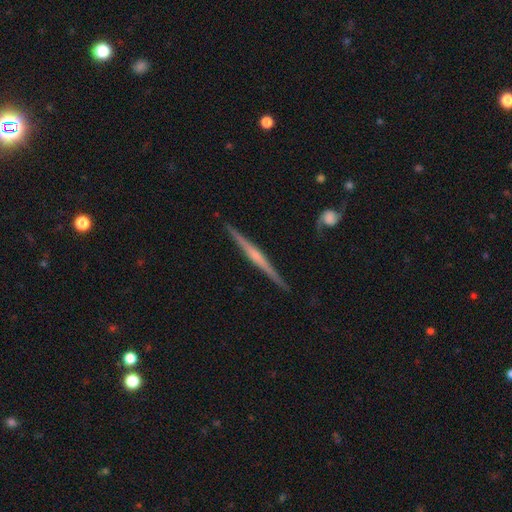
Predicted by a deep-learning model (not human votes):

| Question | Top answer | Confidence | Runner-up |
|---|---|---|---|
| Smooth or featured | featured or disk | 77% | smooth (18%) |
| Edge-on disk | yes | 98% | no (2%) |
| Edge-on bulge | rounded | 54% | none (30%) |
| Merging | none | 90% | minor disturbance (7%) |